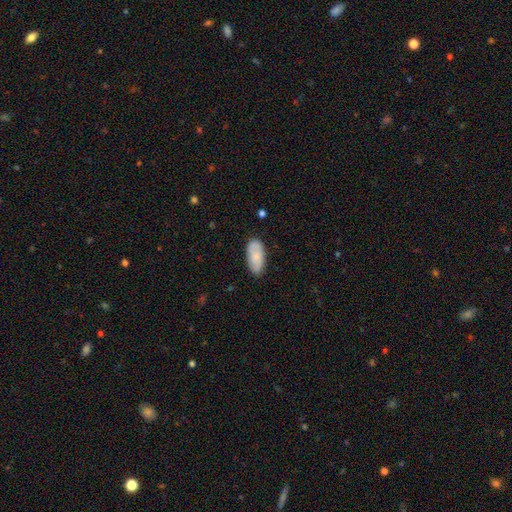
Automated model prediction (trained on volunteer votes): The model was most divided on "smooth or featured": smooth: 75%, featured or disk: 18%, star or artifact: 6%. More confident: how rounded — in between (92%); merging — none (81%).